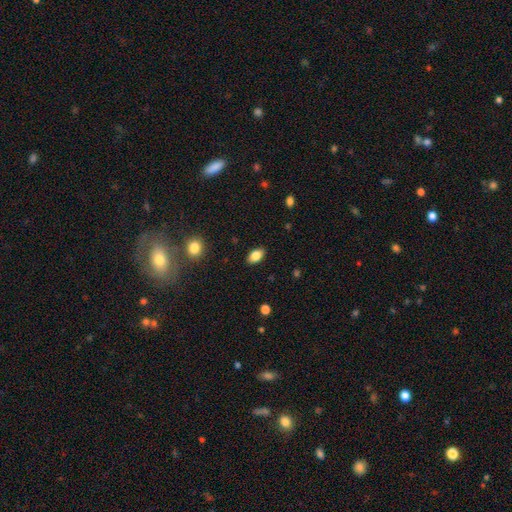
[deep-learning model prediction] This appears to be a smooth galaxy with no disk features (84%) that is in between round and cigar-shaped (90%). Merging: none (88%).